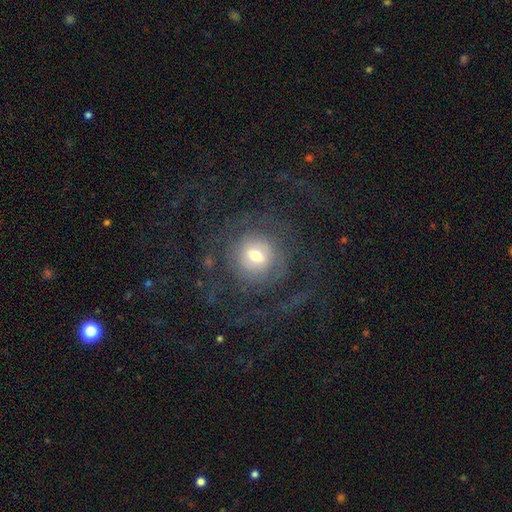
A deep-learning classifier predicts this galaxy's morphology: A featured or disk galaxy (60%) with a weak bar (47%), spiral arms (70%) and a moderate central bulge (60%).

Vote fractions:
- Smooth or featured? featured or disk: 60% / smooth: 29% / star or artifact: 11%
- Edge-on disk? no: 96% / yes: 4%
- Bar? weak: 47% / no: 39% / strong: 15%
- Spiral arms? yes: 70% / no: 30%
- Bulge size? moderate: 60% / small: 28% / large: 8% / dominant: 2% / none: 1%
- Merging? none: 64% / major disturbance: 21% / minor disturbance: 13% / merger: 2%